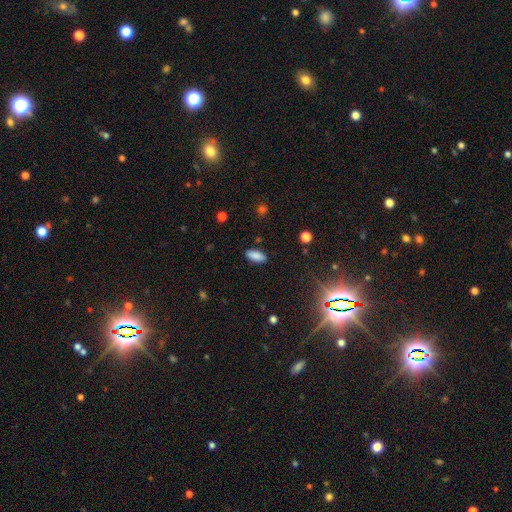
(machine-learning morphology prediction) Q: Smooth or featured?
A: smooth (86%); runner-up: star or artifact (9%)
Q: How rounded?
A: in between (86%); runner-up: cigar-shaped (12%)
Q: Merging?
A: none (87%); runner-up: minor disturbance (9%)